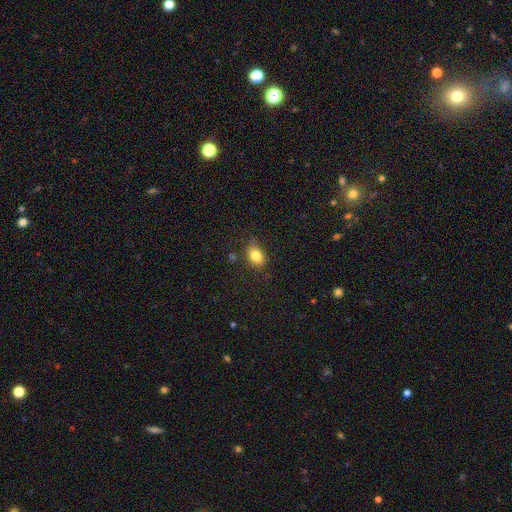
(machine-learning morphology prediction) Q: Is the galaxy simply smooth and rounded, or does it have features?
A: smooth — 82%.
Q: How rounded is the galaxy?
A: in between — 72%.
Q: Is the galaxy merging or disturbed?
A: none — 75%.